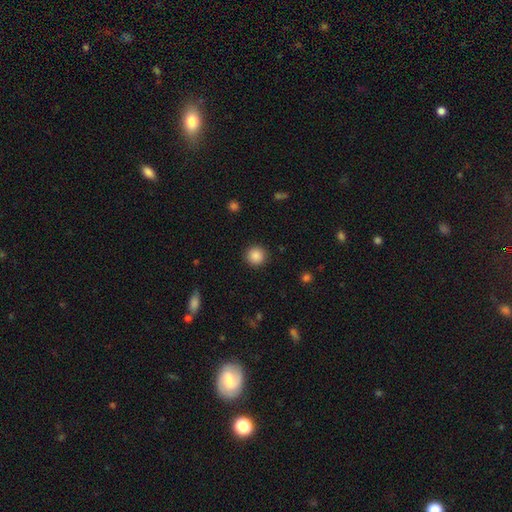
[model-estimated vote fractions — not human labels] This appears to be a smooth galaxy with no disk features (88%) that is round (94%). Merging: none (92%).